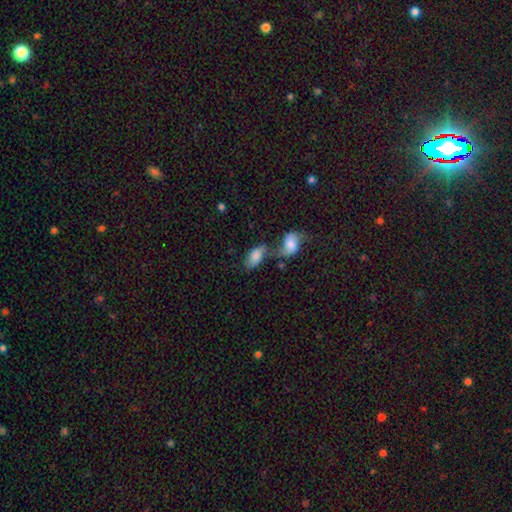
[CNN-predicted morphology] Smooth or featured? smooth (76%)
How rounded? in between (92%)
Merging? merger (57%)